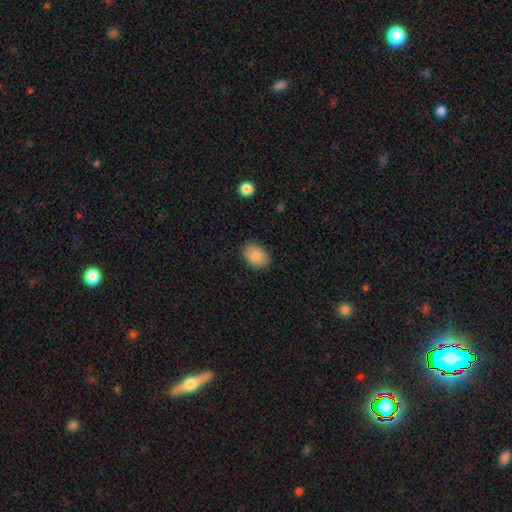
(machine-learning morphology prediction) type=smooth (85%); roundness=in between (78%); merging=none (84%).